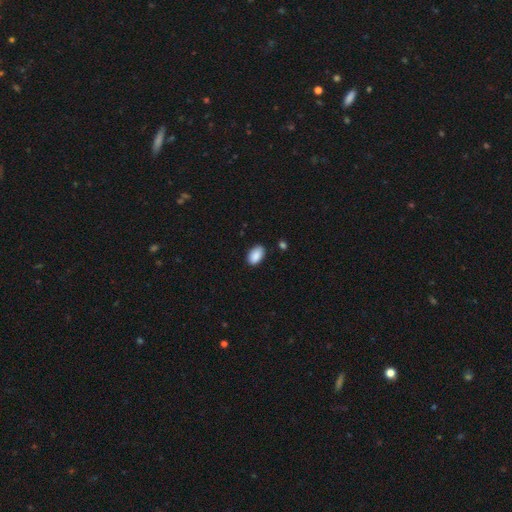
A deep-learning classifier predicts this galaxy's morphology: Smooth or featured? Predicted: smooth (p=0.89). How rounded? Predicted: in between (p=0.93). Merging? Predicted: none (p=0.83).